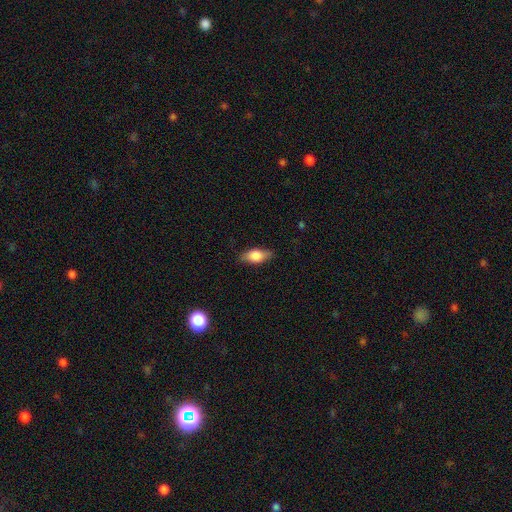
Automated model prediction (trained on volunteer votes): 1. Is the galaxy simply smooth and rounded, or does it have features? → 74% smooth, 19% featured or disk, 7% star or artifact.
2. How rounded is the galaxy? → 84% in between, 11% cigar-shaped, 5% round.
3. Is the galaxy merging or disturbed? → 81% none, 14% minor disturbance, 3% major disturbance, 1% merger.